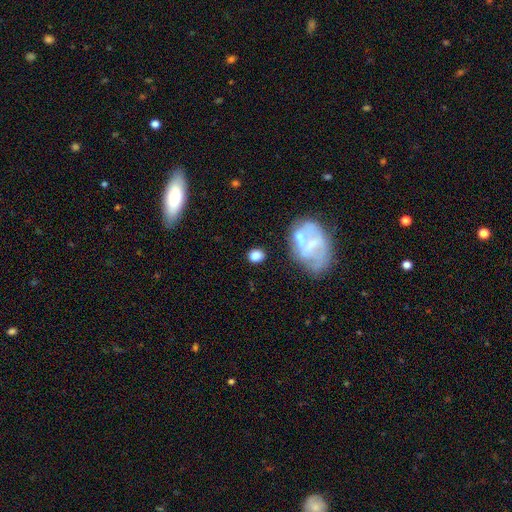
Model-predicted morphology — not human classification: This appears to be a smooth galaxy with no disk features (78%) that is round (55%). Merging: none (73%).